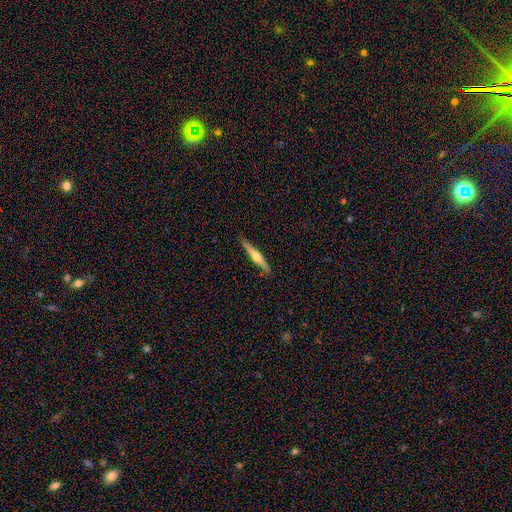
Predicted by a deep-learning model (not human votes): Smooth or featured: featured or disk — 66% (smooth — 29%)
Edge-on disk: yes — 97% (no — 3%)
Edge-on bulge: rounded — 92% (none — 5%)
Merging: none — 88% (minor disturbance — 9%)